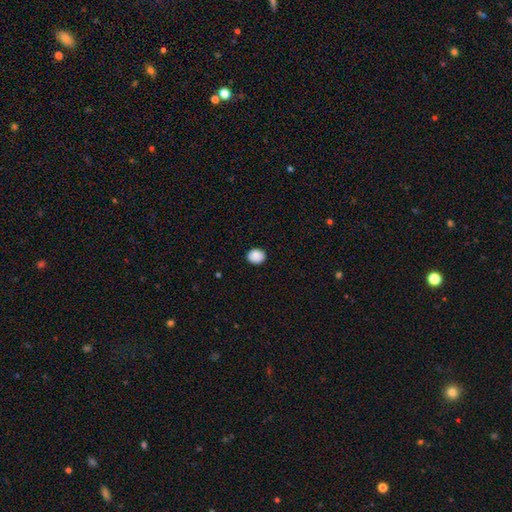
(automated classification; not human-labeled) This appears to be a smooth galaxy with no disk features (88%) that is round (66%). Merging: none (89%).